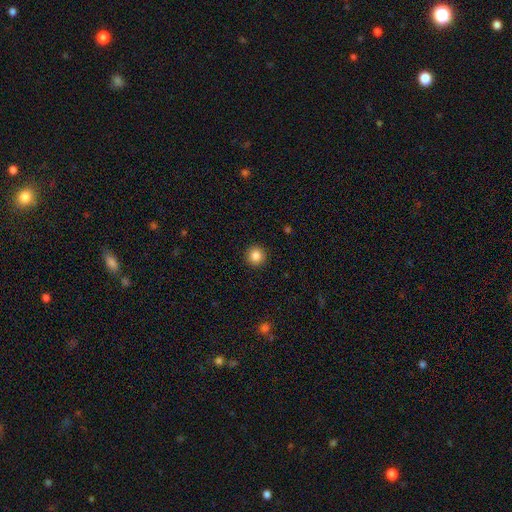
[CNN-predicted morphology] Q: Smooth or featured?
A: smooth (84%); runner-up: star or artifact (11%)
Q: How rounded?
A: round (95%); runner-up: in between (5%)
Q: Merging?
A: none (93%); runner-up: minor disturbance (5%)